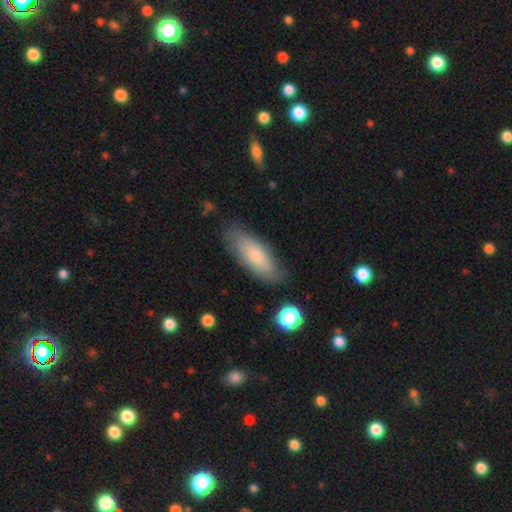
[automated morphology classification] The model was most divided on "smooth or featured": smooth: 70%, featured or disk: 23%, star or artifact: 6%. More confident: merging — none (77%); how rounded — in between (74%).